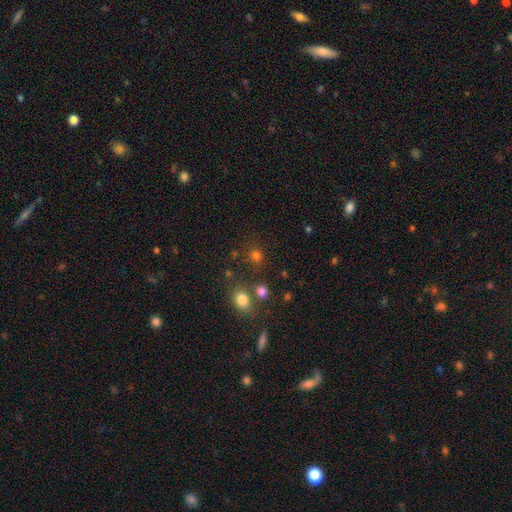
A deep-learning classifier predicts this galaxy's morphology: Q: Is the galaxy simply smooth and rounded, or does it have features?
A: smooth — 72%.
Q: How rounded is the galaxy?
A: round — 83%.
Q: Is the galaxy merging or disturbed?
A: none — 75%.